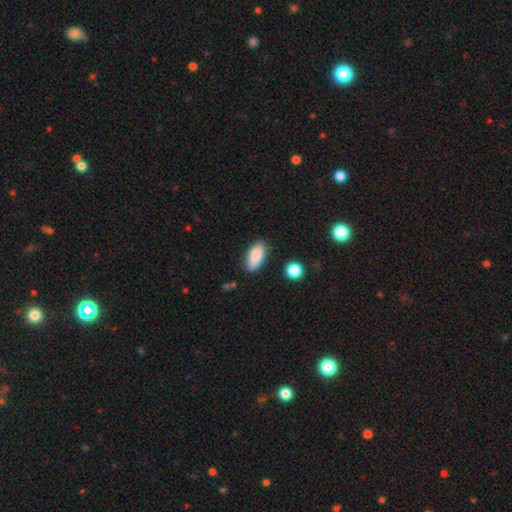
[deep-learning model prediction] Q: Smooth or featured?
A: smooth (85%); runner-up: featured or disk (8%)
Q: How rounded?
A: in between (83%); runner-up: cigar-shaped (14%)
Q: Merging?
A: none (75%); runner-up: minor disturbance (18%)